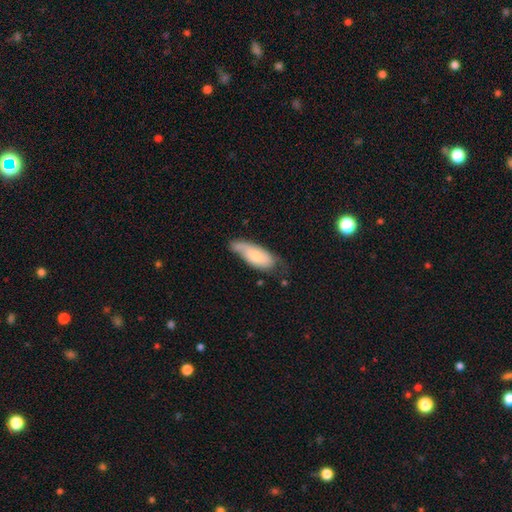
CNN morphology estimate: A smooth galaxy with no disk features (59%) that is in between round and cigar-shaped (77%). Merging: none (48%).